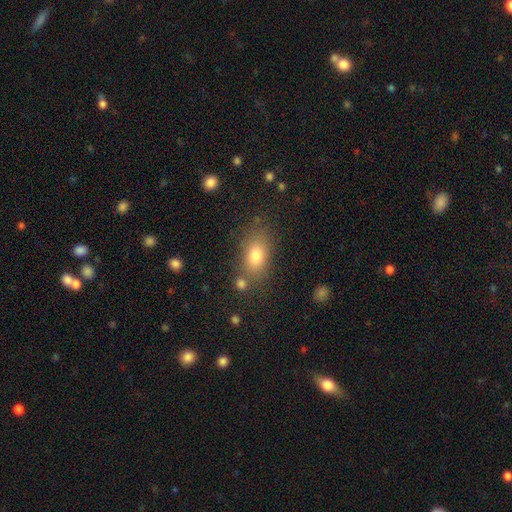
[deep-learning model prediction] Smooth or featured? smooth (77%)
How rounded? in between (81%)
Merging? none (73%)